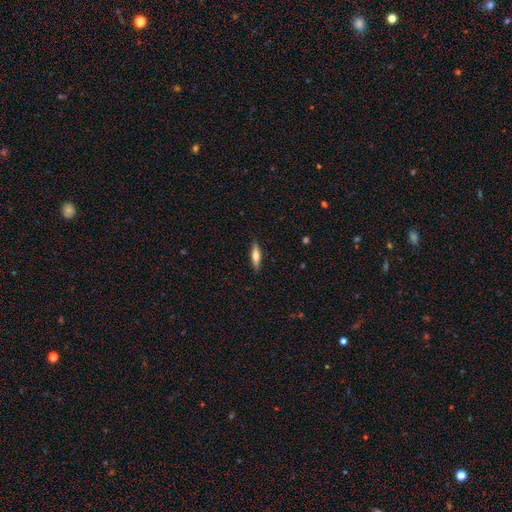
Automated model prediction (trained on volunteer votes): smooth 53%, featured or disk 41%, star or artifact 6%. Down the decision tree: how rounded — cigar-shaped (69%); merging — none (89%).